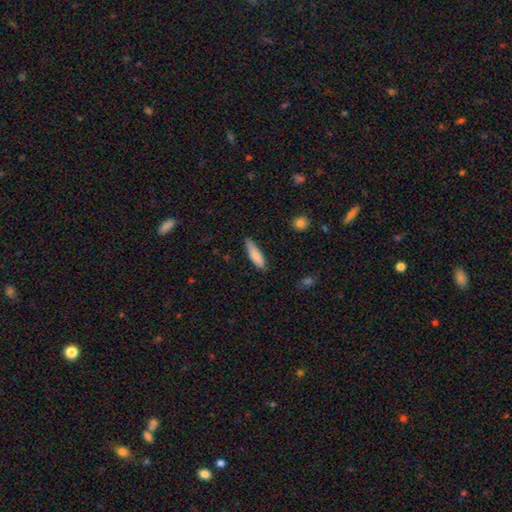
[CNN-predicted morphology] Smooth or featured: smooth — 84% (featured or disk — 10%)
How rounded: cigar-shaped — 64% (in between — 34%)
Merging: none — 74% (minor disturbance — 21%)